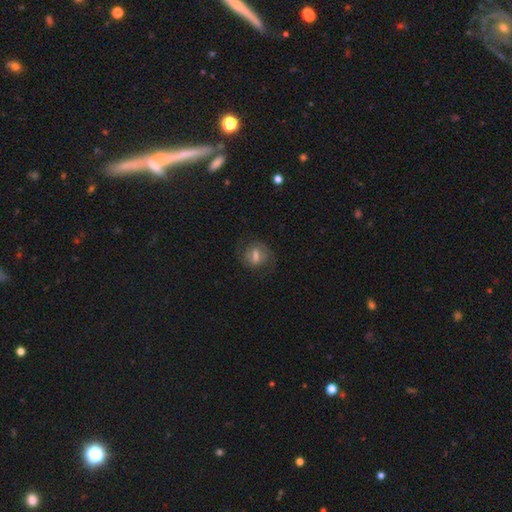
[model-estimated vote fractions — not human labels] Smooth or featured? featured or disk (47%)
Merging? none (68%)